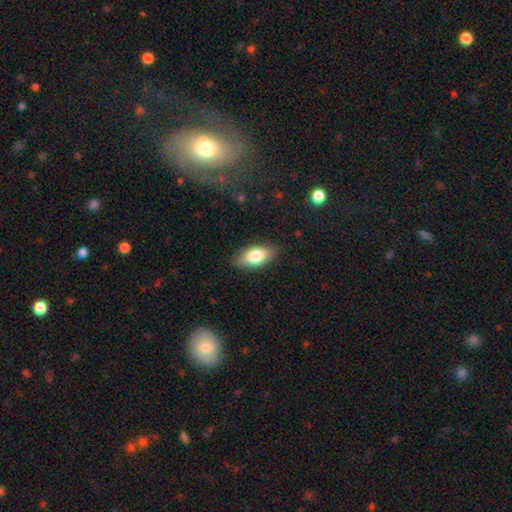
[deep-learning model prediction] smooth 78%, featured or disk 15%, star or artifact 7%. Down the decision tree: how rounded — in between (88%); merging — none (84%).